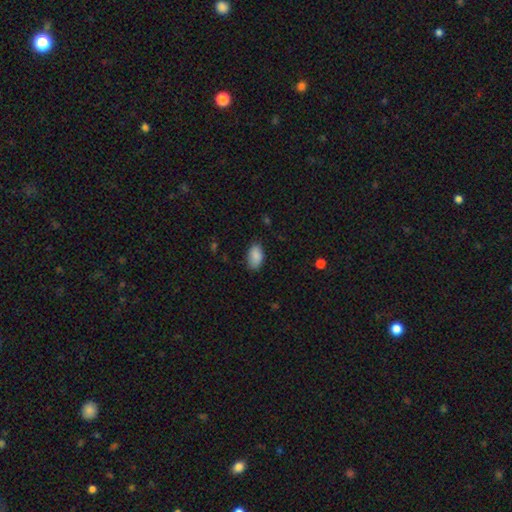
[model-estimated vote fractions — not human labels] smooth_or_featured: smooth (p=0.88) [alt: star or artifact p=0.07]
how_rounded: in between (p=0.93) [alt: round p=0.06]
merging: none (p=0.78) [alt: minor disturbance p=0.17]